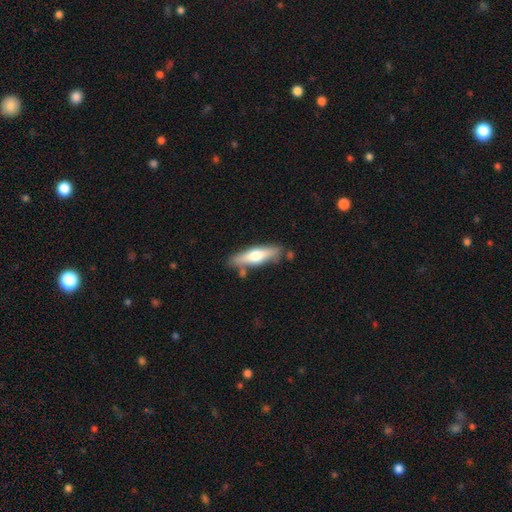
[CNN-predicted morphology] A smooth galaxy with no disk features (52%) that is cigar-shaped (65%).

Vote fractions:
- Smooth or featured? smooth: 52% / featured or disk: 43% / star or artifact: 5%
- How rounded? cigar-shaped: 65% / in between: 33% / round: 2%
- Merging? none: 76% / minor disturbance: 15% / merger: 6% / major disturbance: 3%